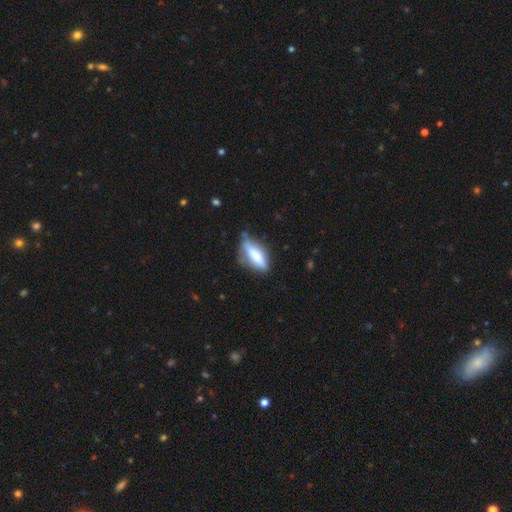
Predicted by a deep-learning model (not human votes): smooth 63%, featured or disk 29%, star or artifact 7%. Down the decision tree: how rounded — in between (53%); merging — none (55%).